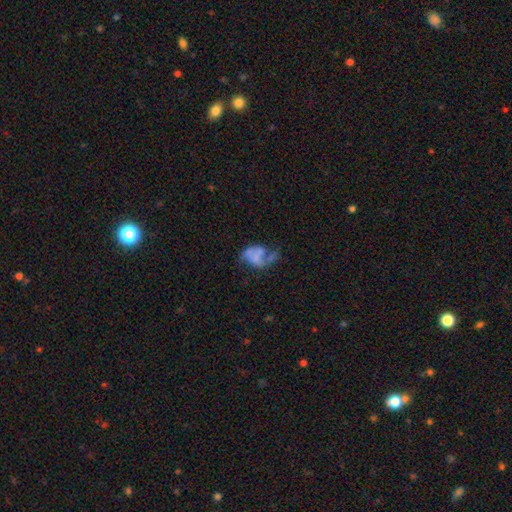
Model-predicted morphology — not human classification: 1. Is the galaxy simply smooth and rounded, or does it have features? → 57% featured or disk, 32% smooth, 11% star or artifact.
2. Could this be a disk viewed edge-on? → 98% no, 2% yes.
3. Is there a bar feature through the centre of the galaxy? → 78% no, 16% weak, 6% strong.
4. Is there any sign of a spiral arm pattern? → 57% no, 43% yes.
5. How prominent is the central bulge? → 72% none, 11% small, 9% moderate, 5% large, 2% dominant.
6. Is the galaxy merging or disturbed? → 36% major disturbance, 27% none, 20% minor disturbance, 17% merger.